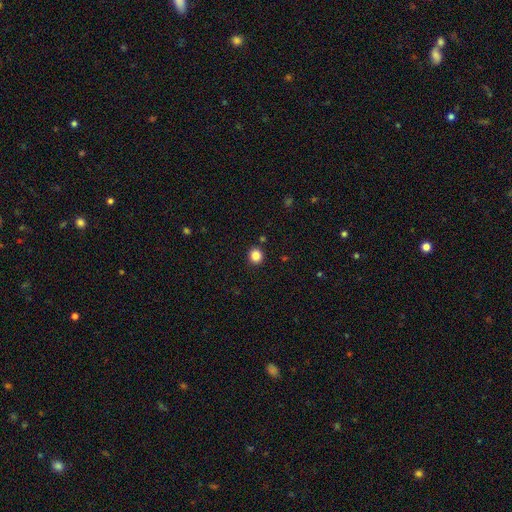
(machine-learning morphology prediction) Overall: smooth (86%). How rounded: round (89%). Merging: none (91%).